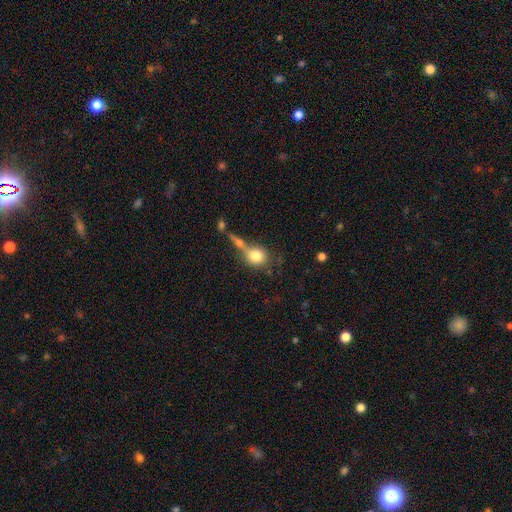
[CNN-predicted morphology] This appears to be a smooth galaxy with no disk features (78%) that is round (73%). Merging: none (42%).